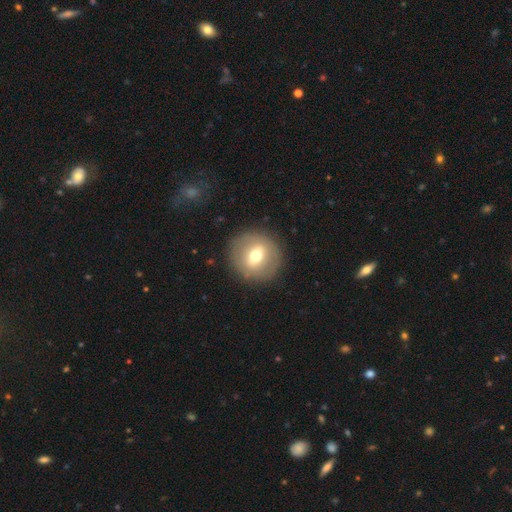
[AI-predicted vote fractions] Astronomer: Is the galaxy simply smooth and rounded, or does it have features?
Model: smooth — 56% (runner-up: featured or disk, 36%).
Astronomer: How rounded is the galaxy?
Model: round — 91%.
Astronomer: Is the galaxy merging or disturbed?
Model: none — 88%.